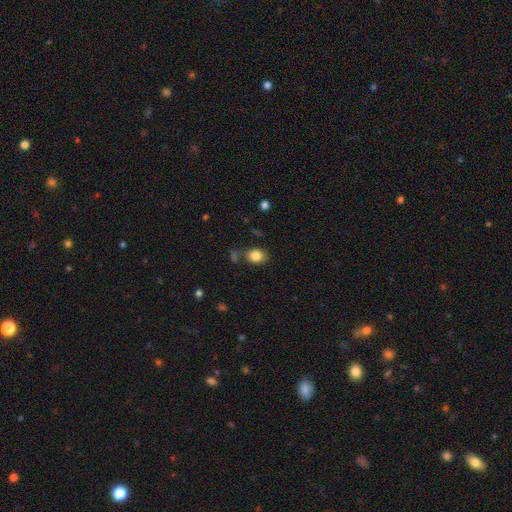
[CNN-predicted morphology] Q: Smooth or featured?
A: smooth (83%); runner-up: star or artifact (10%)
Q: How rounded?
A: in between (59%); runner-up: round (40%)
Q: Merging?
A: none (74%); runner-up: minor disturbance (15%)